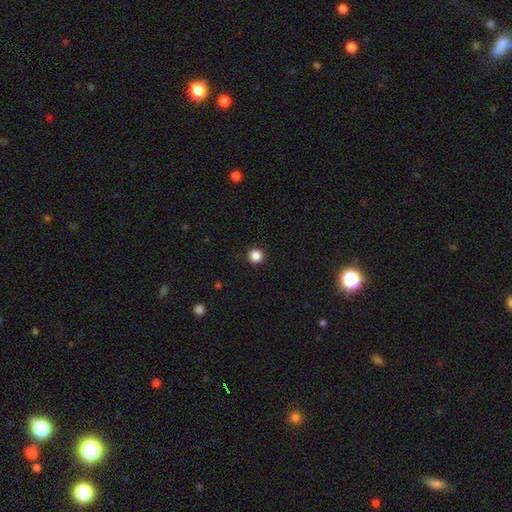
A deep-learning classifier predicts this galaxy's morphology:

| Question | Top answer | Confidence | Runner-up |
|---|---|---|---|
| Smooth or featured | smooth | 86% | star or artifact (11%) |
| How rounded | round | 96% | in between (3%) |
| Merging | none | 93% | minor disturbance (5%) |